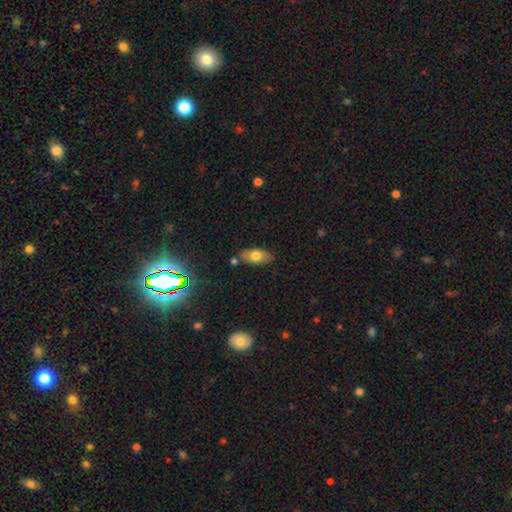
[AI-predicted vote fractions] A smooth galaxy with no disk features (69%) that is in between round and cigar-shaped (90%).

Vote fractions:
- Smooth or featured? smooth: 69% / featured or disk: 22% / star or artifact: 9%
- How rounded? in between: 90% / cigar-shaped: 6% / round: 4%
- Merging? none: 79% / minor disturbance: 13% / merger: 4% / major disturbance: 3%